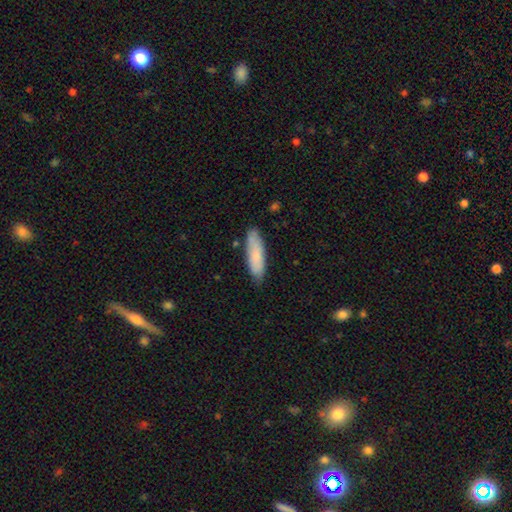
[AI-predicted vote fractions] Smooth or featured?
  - smooth: 79% *
  - featured or disk: 15%
  - star or artifact: 6%
How rounded?
  - cigar-shaped: 60% *
  - in between: 39%
  - round: 1%
Merging?
  - none: 81% *
  - minor disturbance: 15%
  - major disturbance: 2%
  - merger: 2%